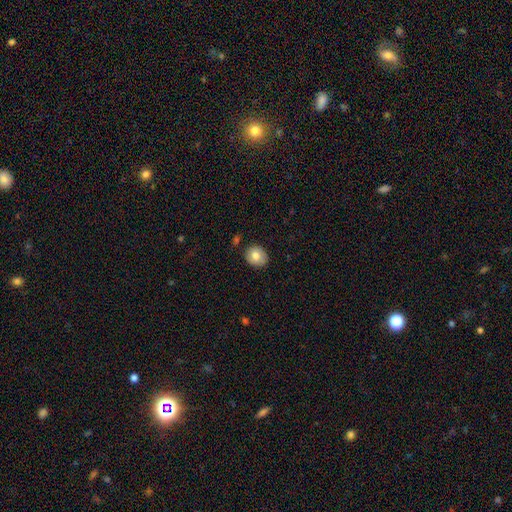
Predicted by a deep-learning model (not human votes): Smooth or featured? smooth (77%)
How rounded? round (70%)
Merging? none (85%)